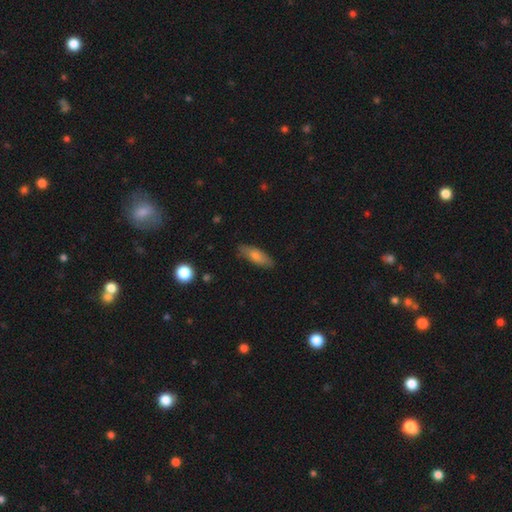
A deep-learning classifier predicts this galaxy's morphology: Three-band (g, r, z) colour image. It shows a smooth galaxy with no disk features (69%) that is in between round and cigar-shaped (62%). Merging: none (82%).